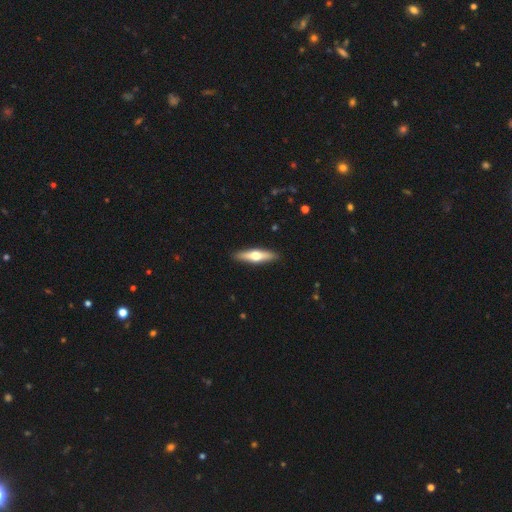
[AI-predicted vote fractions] This is possibly a featured or disk galaxy (52%). It is clearly viewed edge-on (92%). Merging: clearly none (91%).